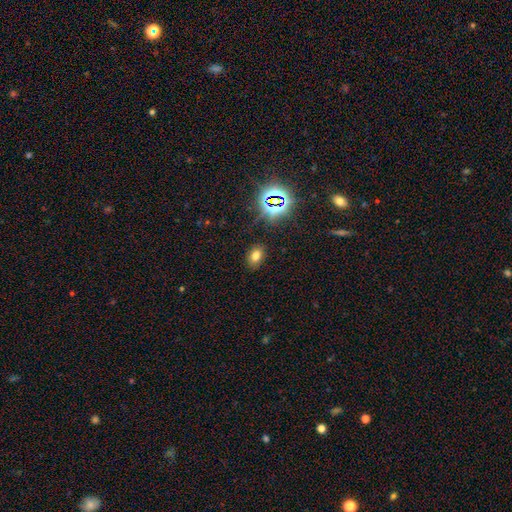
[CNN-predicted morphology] Smooth or featured?
  - smooth: 68% *
  - star or artifact: 23%
  - featured or disk: 9%
How rounded?
  - in between: 77% *
  - round: 21%
  - cigar-shaped: 1%
Merging?
  - none: 85% *
  - minor disturbance: 10%
  - major disturbance: 3%
  - merger: 2%